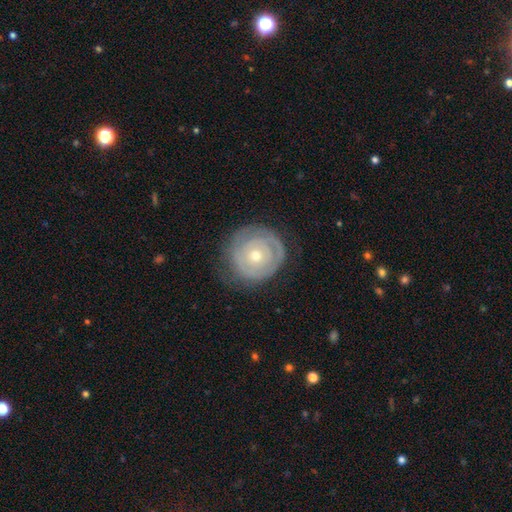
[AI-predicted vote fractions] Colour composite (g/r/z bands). It shows a featured or disk galaxy (70%) with no bar (86%), spiral arms (68%) and a small central bulge (49%). Merging: none (75%).